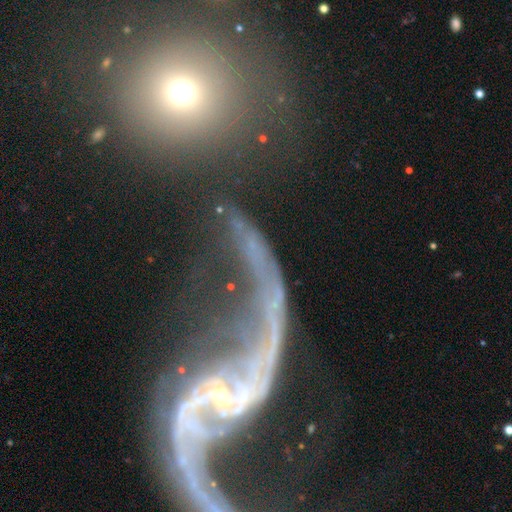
featured or disk 90%, star or artifact 8%, smooth 3%. Down the decision tree: edge-on disk — no (97%); bar — no (53%); spiral arms — yes (97%); spiral arm count — 2 (97%); spiral winding — loose (94%); bulge size — small (91%); merging — none (44%).